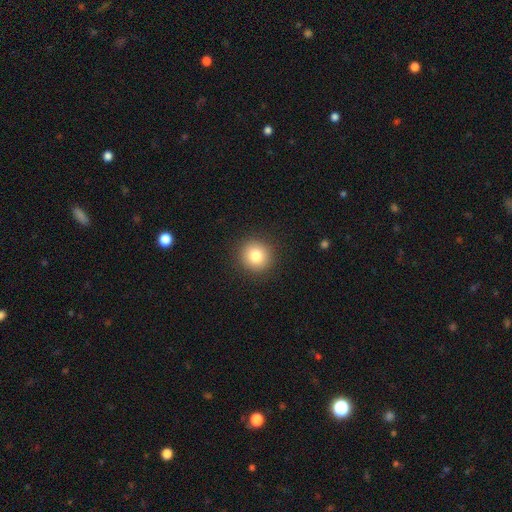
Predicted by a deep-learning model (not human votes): smooth 82%, star or artifact 10%, featured or disk 8%. Down the decision tree: how rounded — round (92%); merging — none (91%).